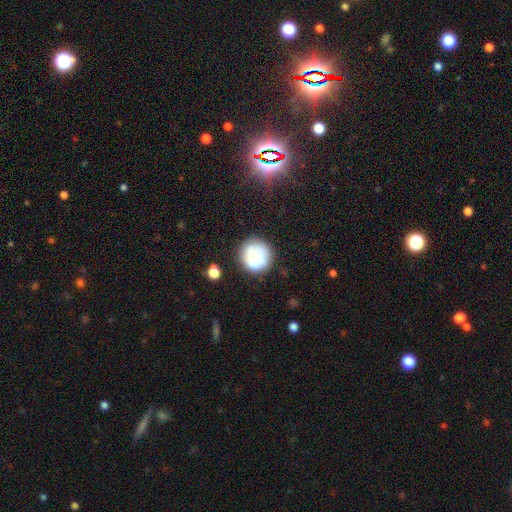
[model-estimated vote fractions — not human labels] A smooth galaxy with no disk features (70%) that is round (94%). Merging: none (79%).